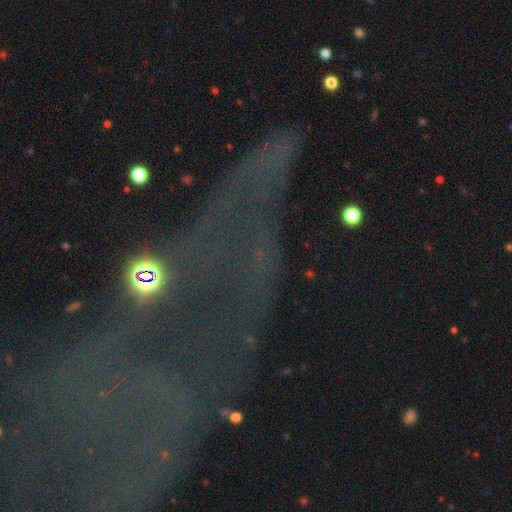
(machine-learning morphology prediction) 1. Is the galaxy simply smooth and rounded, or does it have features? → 67% star or artifact, 18% featured or disk, 15% smooth.